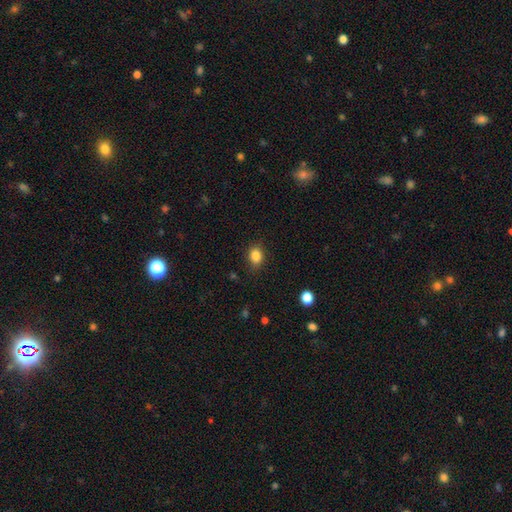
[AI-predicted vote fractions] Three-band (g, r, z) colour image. It shows a smooth galaxy with no disk features (85%) that is in between round and cigar-shaped (54%). Merging: none (84%).